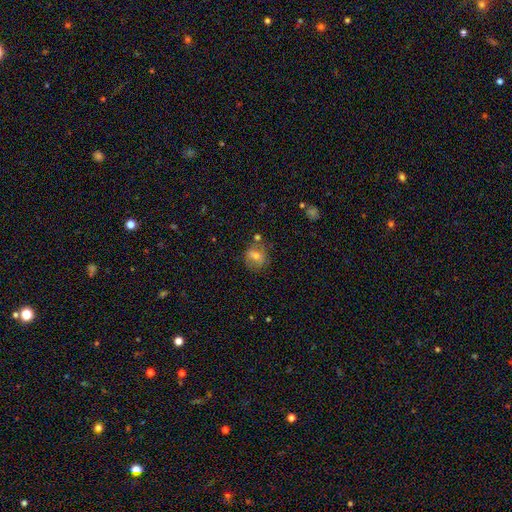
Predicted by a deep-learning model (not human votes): Smooth or featured? smooth (59%)
How rounded? round (69%)
Merging? none (67%)